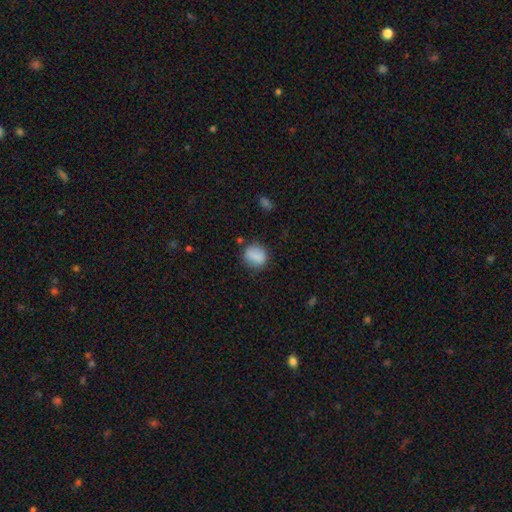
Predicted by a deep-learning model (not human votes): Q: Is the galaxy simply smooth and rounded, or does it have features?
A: smooth — 84%.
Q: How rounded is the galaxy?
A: round — 69%.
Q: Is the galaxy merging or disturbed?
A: none — 74%.